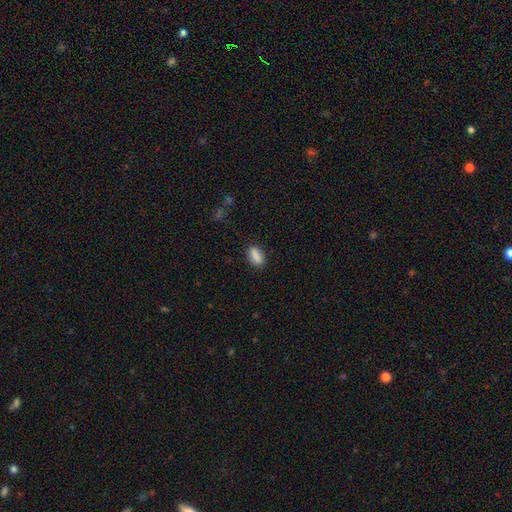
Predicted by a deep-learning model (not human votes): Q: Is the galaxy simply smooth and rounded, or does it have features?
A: smooth — 87%.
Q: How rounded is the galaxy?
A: in between — 83%.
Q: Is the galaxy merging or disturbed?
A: none — 83%.